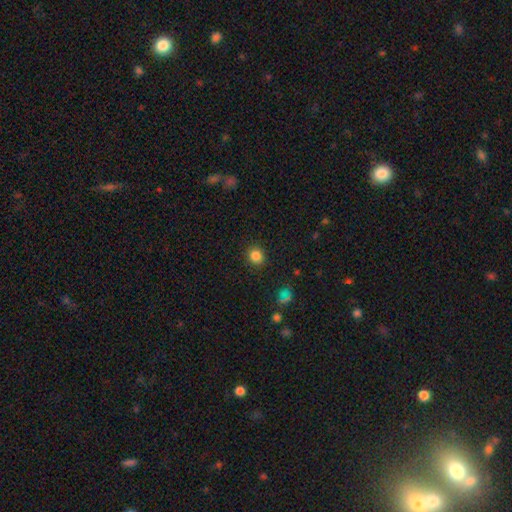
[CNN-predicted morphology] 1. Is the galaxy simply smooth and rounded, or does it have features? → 84% smooth, 12% star or artifact, 4% featured or disk.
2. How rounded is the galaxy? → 87% round, 12% in between, 1% cigar-shaped.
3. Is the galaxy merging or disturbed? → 90% none, 7% minor disturbance, 2% major disturbance, 1% merger.